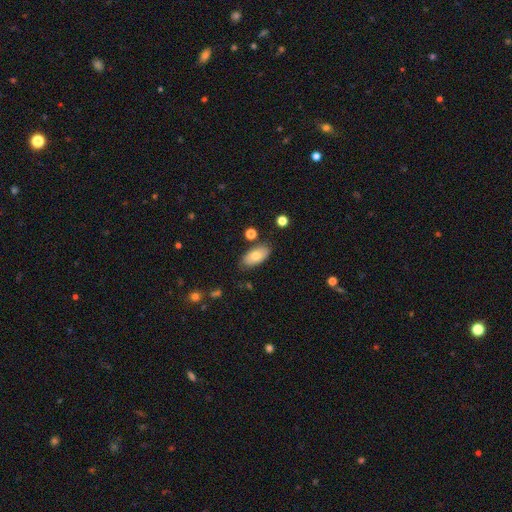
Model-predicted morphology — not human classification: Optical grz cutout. It shows a smooth galaxy with no disk features (75%) that is in between round and cigar-shaped (93%). Merging: none (78%).